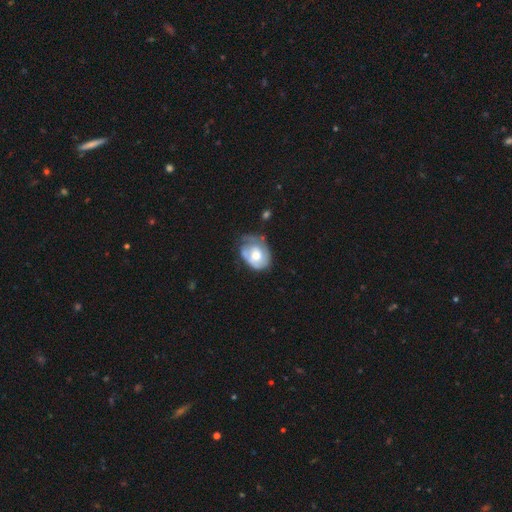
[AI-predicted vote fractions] Overall: featured or disk (59%; smooth 35%). Edge-on disk: no (97%). Bar: no (77%). Spiral arms: yes (66%; no 34%). Bulge size: moderate (57%; large 26%). Merging: none (40%; minor disturbance 35%).